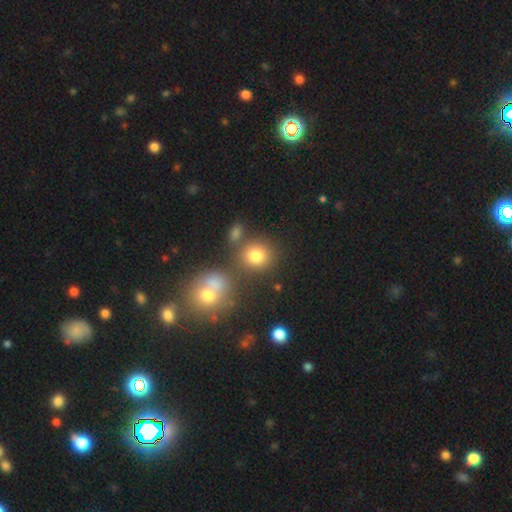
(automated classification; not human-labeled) This appears to be a smooth galaxy with no disk features (77%) that is round (81%). Merging: none (68%).